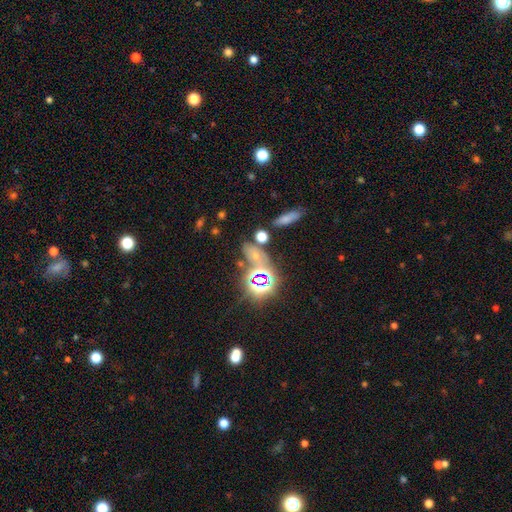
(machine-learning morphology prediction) smooth_or_featured: star or artifact (p=0.44) [alt: smooth p=0.43]